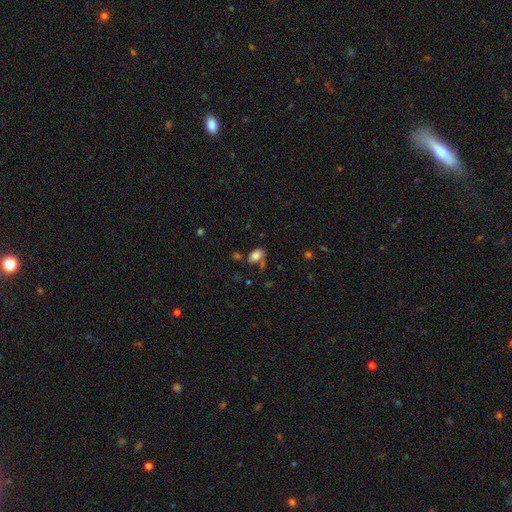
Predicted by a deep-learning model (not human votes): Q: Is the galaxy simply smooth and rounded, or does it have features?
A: smooth — 82%.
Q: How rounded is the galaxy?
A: in between — 86%.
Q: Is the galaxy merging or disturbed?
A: none — 58%.